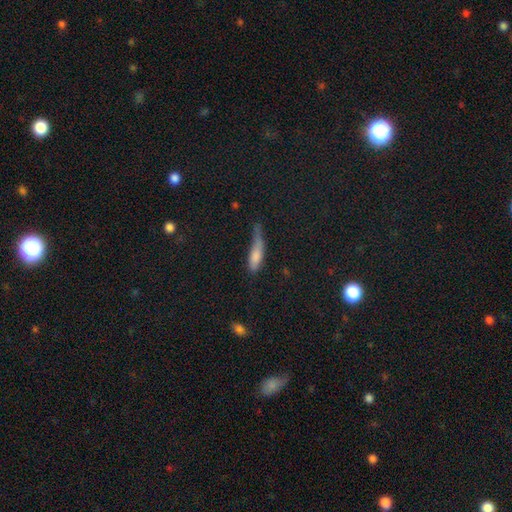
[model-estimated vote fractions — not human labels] This appears to be a smooth galaxy with no disk features (72%) that is cigar-shaped (65%). Merging: minor disturbance (37%).